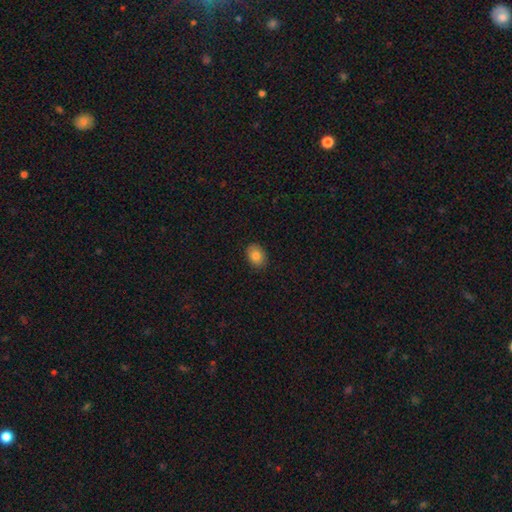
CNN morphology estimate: Smooth or featured: smooth — 84% (star or artifact — 9%)
How rounded: in between — 73% (round — 26%)
Merging: none — 88% (minor disturbance — 9%)